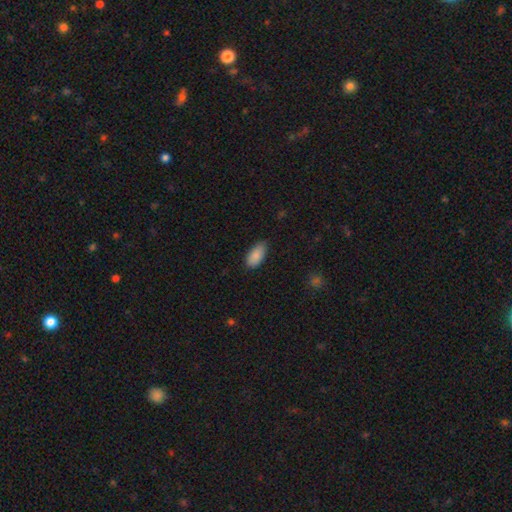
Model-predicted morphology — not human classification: The model was most divided on "merging": none: 77%, minor disturbance: 19%, major disturbance: 3%, merger: 1%. More confident: how rounded — in between (93%); smooth or featured — smooth (88%).